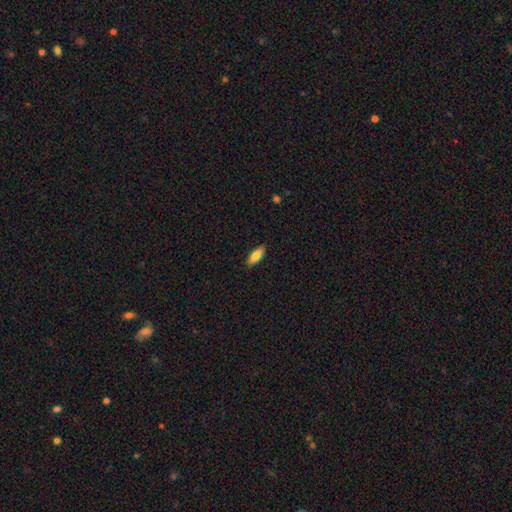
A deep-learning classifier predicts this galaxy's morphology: Overall: smooth (83%). How rounded: in between (72%). Merging: none (88%).